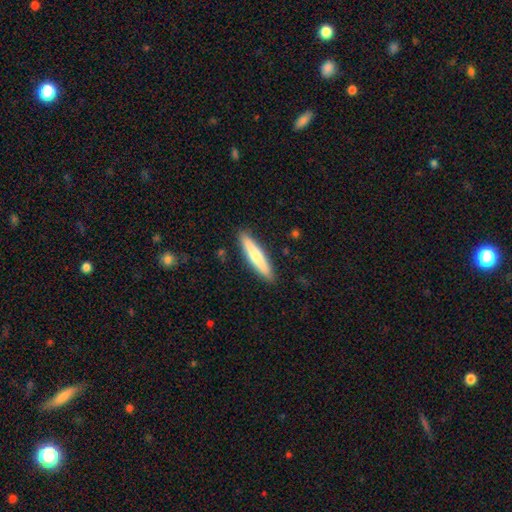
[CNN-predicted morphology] type=smooth (63%); roundness=cigar-shaped (89%); merging=none (90%).